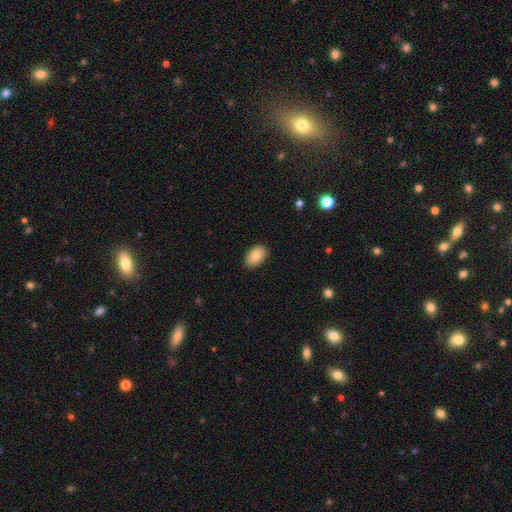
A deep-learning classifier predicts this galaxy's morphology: smooth_or_featured: smooth (p=0.84) [alt: featured or disk p=0.09]
how_rounded: in between (p=0.90) [alt: round p=0.09]
merging: none (p=0.86) [alt: minor disturbance p=0.11]